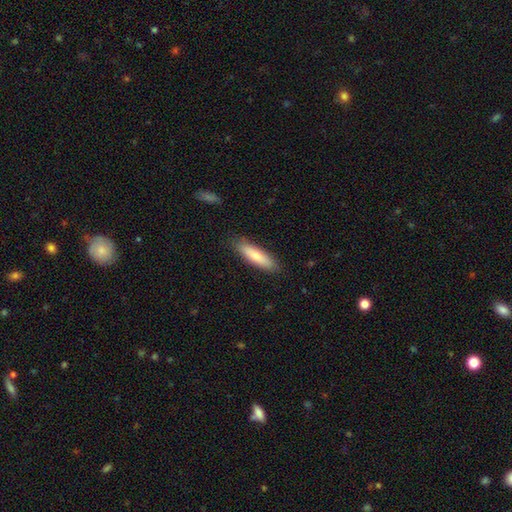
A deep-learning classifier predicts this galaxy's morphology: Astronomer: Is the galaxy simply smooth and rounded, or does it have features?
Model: smooth — 76%.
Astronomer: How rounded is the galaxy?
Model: cigar-shaped — 68%.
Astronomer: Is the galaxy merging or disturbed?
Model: none — 86%.